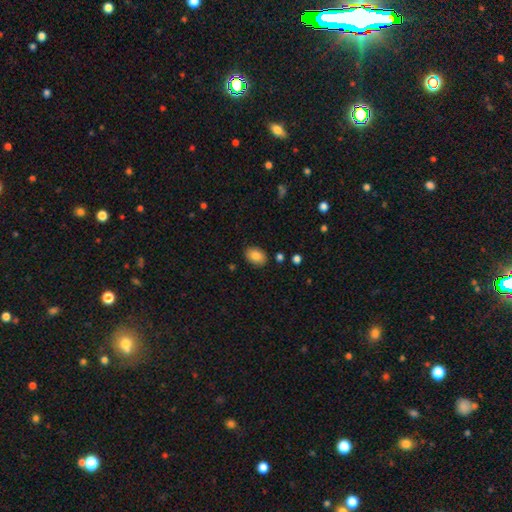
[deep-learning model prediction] Smooth or featured? Predicted: smooth (p=0.85). How rounded? Predicted: in between (p=0.82). Merging? Predicted: none (p=0.86).